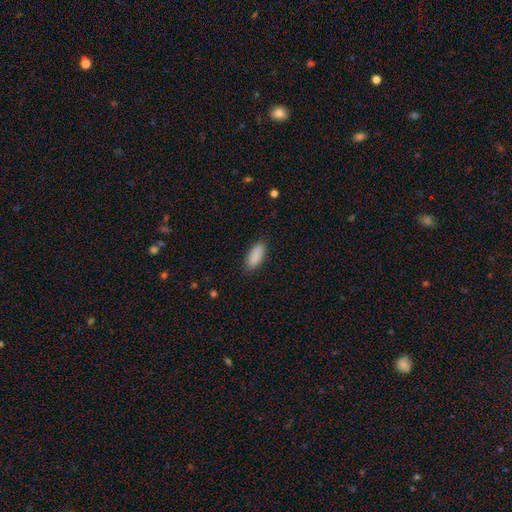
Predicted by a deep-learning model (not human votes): A smooth galaxy with no disk features (90%) that is in between round and cigar-shaped (81%). Merging: none (86%).